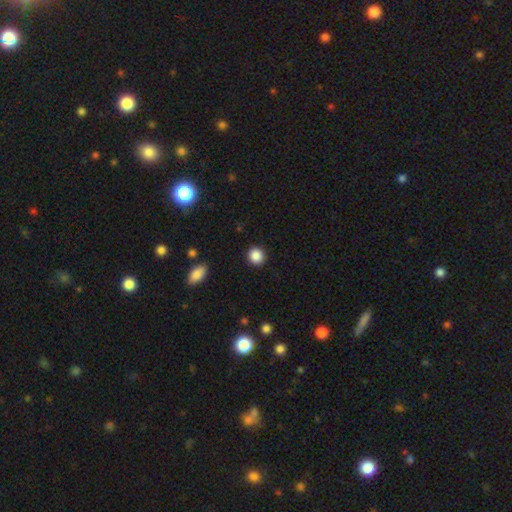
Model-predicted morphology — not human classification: This appears to be a smooth galaxy with no disk features (87%) that is round (89%). Merging: none (91%).